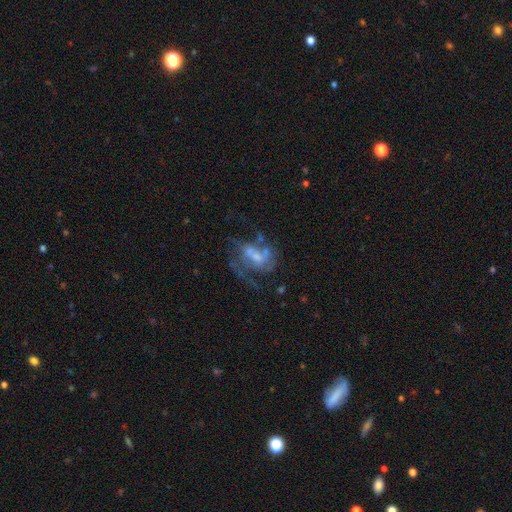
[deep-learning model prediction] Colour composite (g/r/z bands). It shows a featured or disk galaxy (70%) with no bar (57%), spiral arms (63%) and a moderate central bulge (41%). Merging: major disturbance (39%).